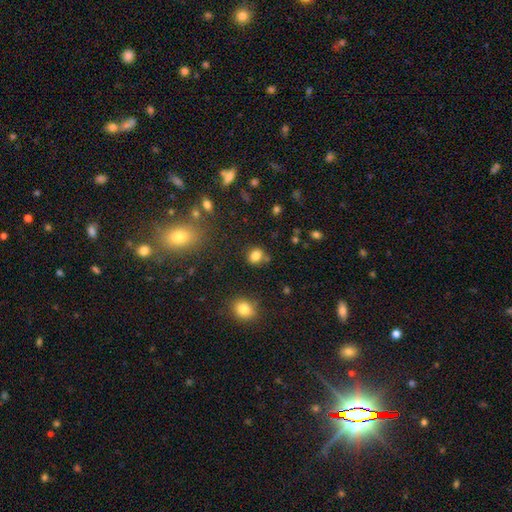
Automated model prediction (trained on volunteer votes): This appears to be a smooth galaxy with no disk features (81%) that is round (56%). Merging: none (75%).